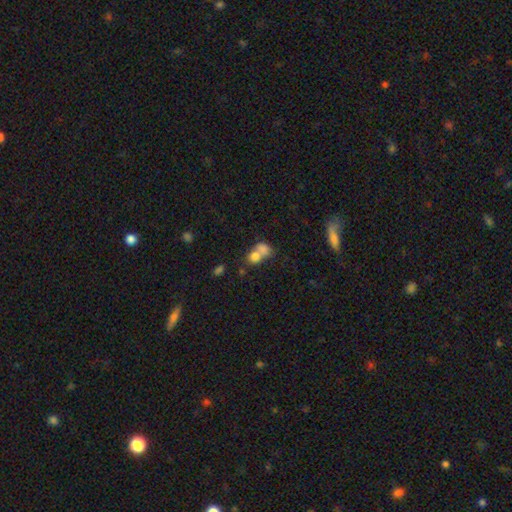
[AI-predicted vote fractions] A smooth galaxy with no disk features (76%) that is round (57%). Merging: merger (66%).